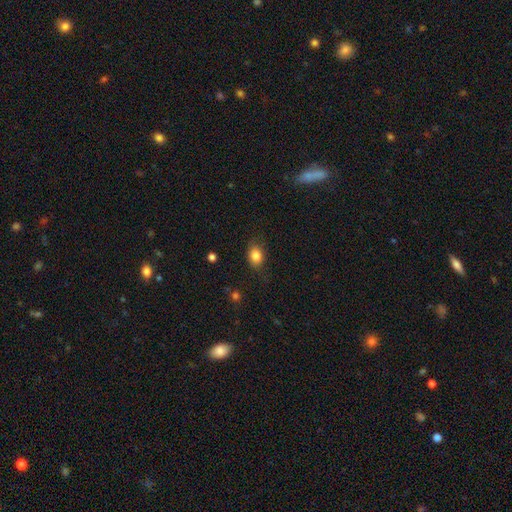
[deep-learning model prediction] Smooth or featured? smooth (84%)
How rounded? in between (67%)
Merging? none (76%)